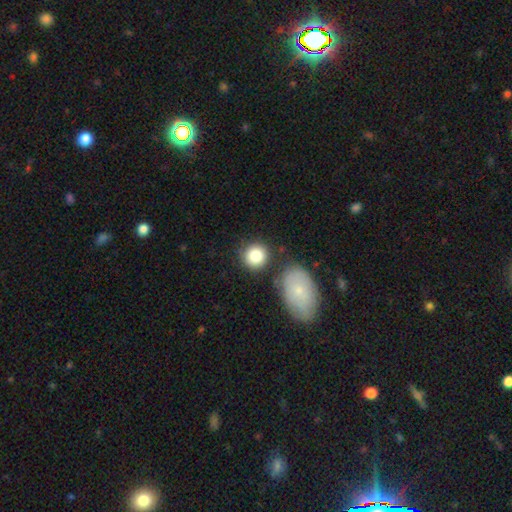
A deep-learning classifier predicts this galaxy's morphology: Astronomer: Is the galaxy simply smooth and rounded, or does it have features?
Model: smooth — 84%.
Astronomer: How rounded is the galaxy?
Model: round — 88%.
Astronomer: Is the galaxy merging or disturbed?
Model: none — 73%.